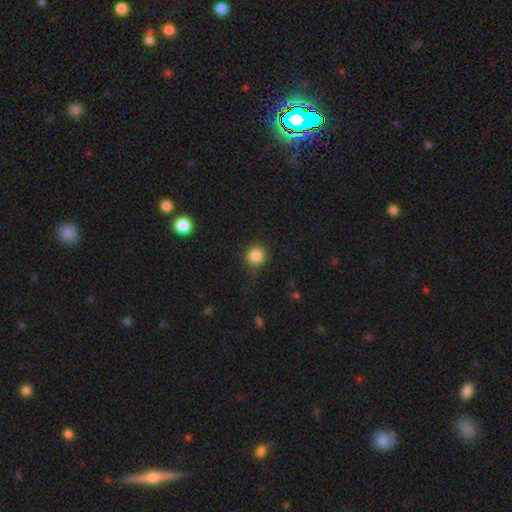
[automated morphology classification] smooth 85%, star or artifact 10%, featured or disk 4%. Down the decision tree: how rounded — round (90%); merging — none (81%).